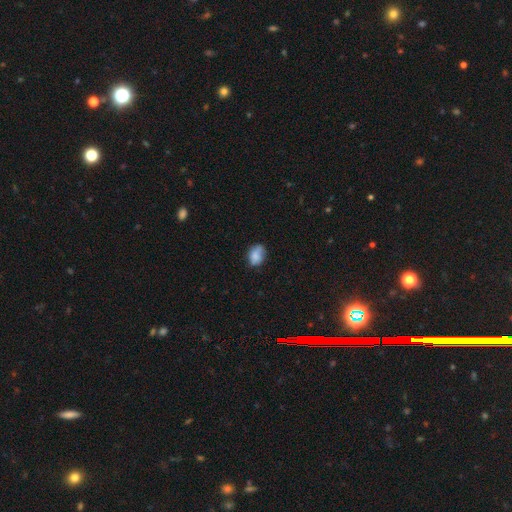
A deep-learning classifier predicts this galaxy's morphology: Smooth or featured? Predicted: smooth (p=0.80). How rounded? Predicted: in between (p=0.72). Merging? Predicted: none (p=0.60).